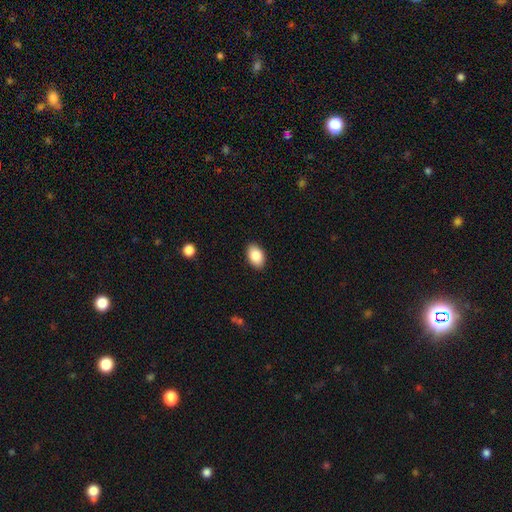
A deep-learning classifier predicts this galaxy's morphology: A smooth galaxy with no disk features (88%) that is in between round and cigar-shaped (91%). Merging: none (89%).